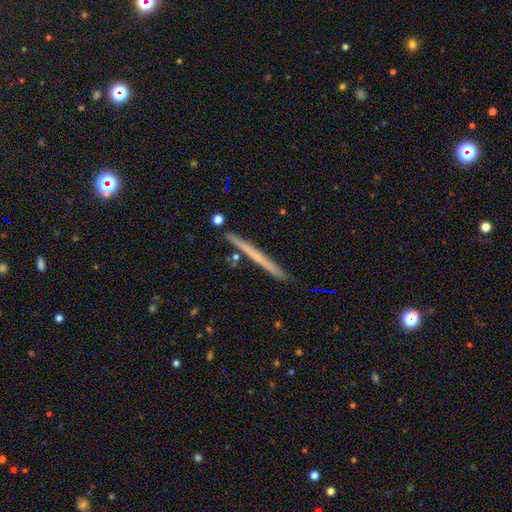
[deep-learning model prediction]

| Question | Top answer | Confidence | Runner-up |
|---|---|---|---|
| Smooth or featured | smooth | 47% | tied: featured or disk (47%) |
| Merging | none | 89% | minor disturbance (8%) |